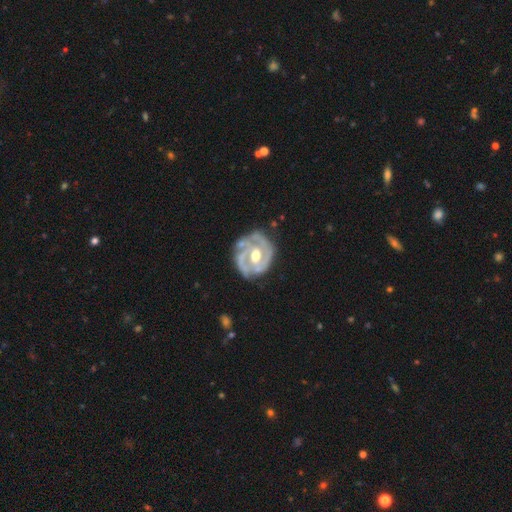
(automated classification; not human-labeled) This appears to be a featured or disk galaxy (88%) with no bar (45%), 2 (43%) tight (63%) spiral arms (92%) and a moderate central bulge (76%). Merging: none (67%).